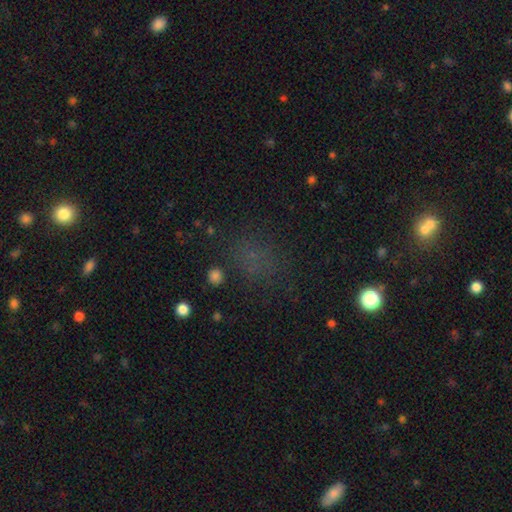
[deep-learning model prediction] Smooth or featured: smooth — 51% (star or artifact — 39%)
How rounded: round — 51% (in between — 45%)
Merging: none — 70% (minor disturbance — 16%)